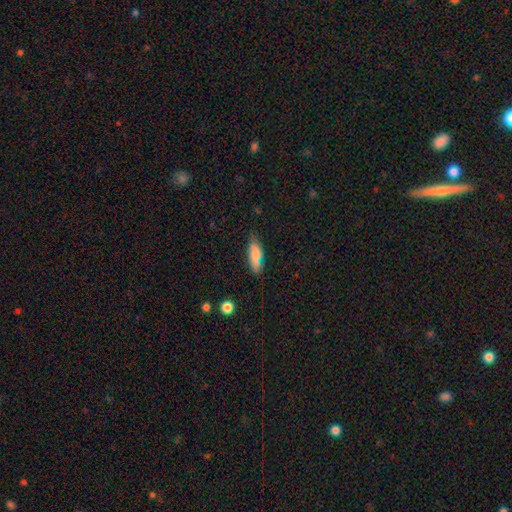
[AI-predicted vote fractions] Smooth or featured? smooth (79%)
How rounded? in between (66%)
Merging? none (66%)